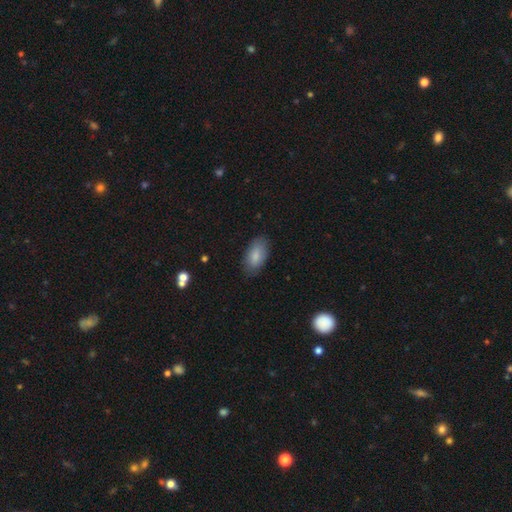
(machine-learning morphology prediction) smooth-or-featured: smooth: 84% | featured or disk: 10% | star or artifact: 6%
  how-rounded: in between: 92% | cigar-shaped: 5% | round: 3%
  merging: none: 81% | minor disturbance: 14% | major disturbance: 3% | merger: 1%